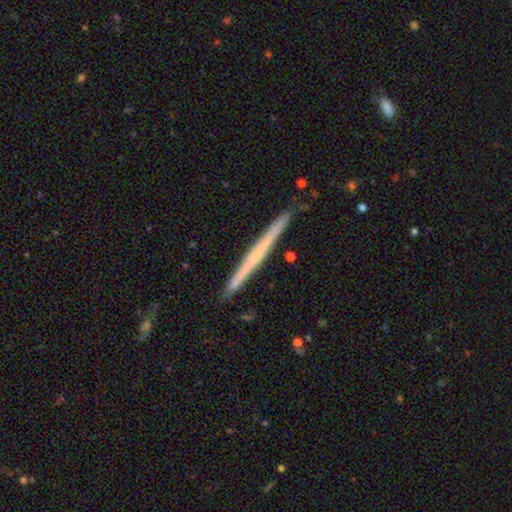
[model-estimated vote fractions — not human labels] smooth_or_featured: featured or disk (p=0.55) [alt: smooth p=0.40]
disk_edge_on: yes (p=0.98) [alt: no p=0.02]
edge_on_bulge: none (p=0.84) [alt: rounded p=0.11]
merging: none (p=0.90) [alt: minor disturbance p=0.08]